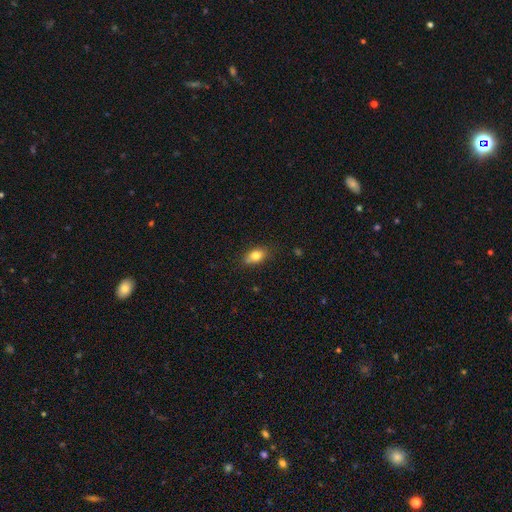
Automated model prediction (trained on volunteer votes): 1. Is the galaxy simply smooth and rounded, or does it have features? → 80% smooth, 11% featured or disk, 9% star or artifact.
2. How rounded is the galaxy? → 82% in between, 14% round, 4% cigar-shaped.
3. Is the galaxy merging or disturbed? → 74% none, 19% minor disturbance, 3% merger, 3% major disturbance.